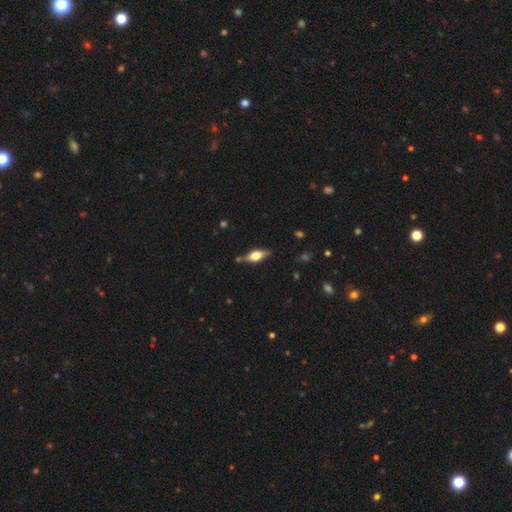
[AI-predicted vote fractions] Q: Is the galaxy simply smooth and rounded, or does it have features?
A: featured or disk — 60%.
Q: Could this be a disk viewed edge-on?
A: yes — 92%.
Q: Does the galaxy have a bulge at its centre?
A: rounded — 91%.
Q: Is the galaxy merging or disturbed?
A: none — 79%.